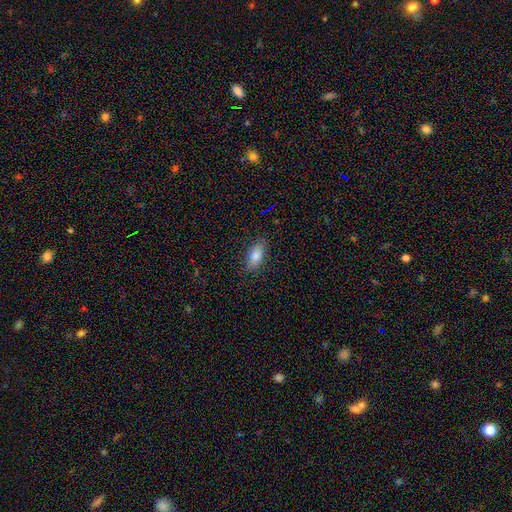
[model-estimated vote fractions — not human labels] This appears to be a smooth galaxy with no disk features (81%) that is in between round and cigar-shaped (83%). Merging: none (85%).